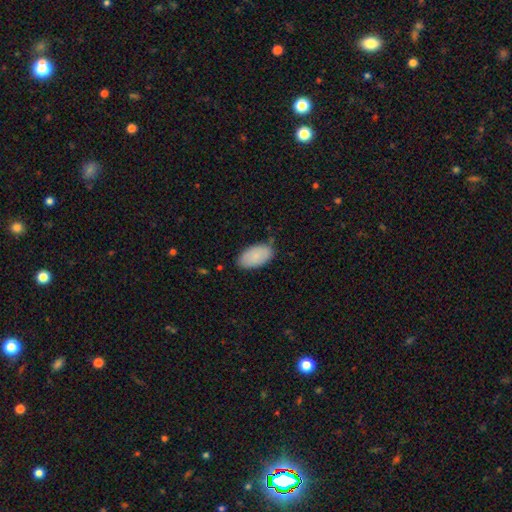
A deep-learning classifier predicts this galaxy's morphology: A smooth galaxy with no disk features (85%) that is in between round and cigar-shaped (96%). Merging: none (74%).